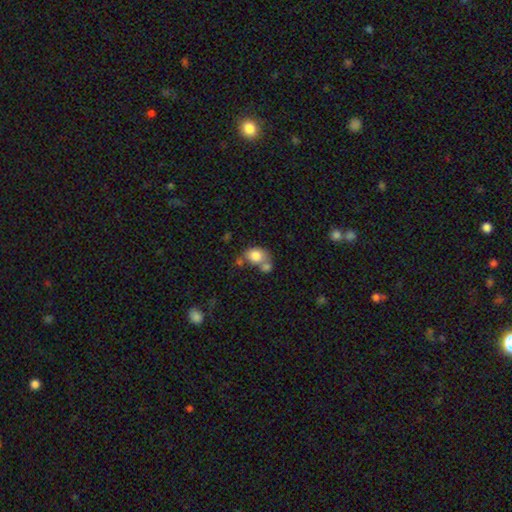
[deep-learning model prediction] smooth-or-featured: smooth: 79% | featured or disk: 12% | star or artifact: 9%
  how-rounded: in between: 50% | round: 49% | cigar-shaped: 1%
  merging: merger: 47% | none: 33% | minor disturbance: 13% | major disturbance: 7%